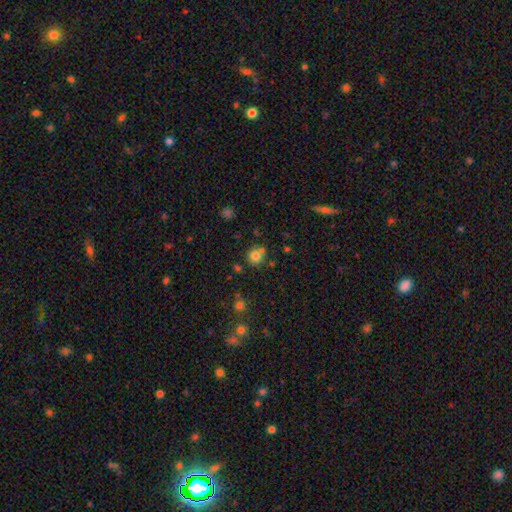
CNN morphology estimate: Q: Smooth or featured?
A: smooth (78%); runner-up: star or artifact (13%)
Q: How rounded?
A: round (87%); runner-up: in between (12%)
Q: Merging?
A: none (68%); runner-up: merger (16%)